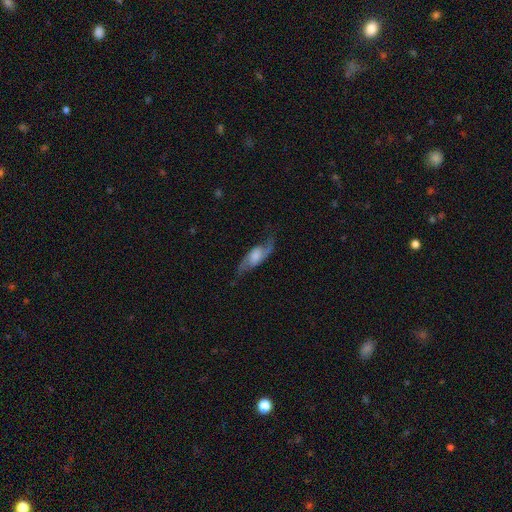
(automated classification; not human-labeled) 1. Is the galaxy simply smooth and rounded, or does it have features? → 71% featured or disk, 22% smooth, 7% star or artifact.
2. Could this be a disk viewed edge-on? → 85% no, 15% yes.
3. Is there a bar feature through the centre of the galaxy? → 53% no, 36% weak, 11% strong.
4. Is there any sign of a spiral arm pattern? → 93% yes, 7% no.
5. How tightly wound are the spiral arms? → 57% loose, 34% medium, 9% tight.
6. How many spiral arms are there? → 89% 2, 4% can't tell, 3% 1, 1% 3, 1% 4, 1% more than 4.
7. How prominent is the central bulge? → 29% moderate, 25% large, 22% small, 20% none, 4% dominant.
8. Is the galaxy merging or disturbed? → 71% none, 18% minor disturbance, 9% major disturbance, 1% merger.